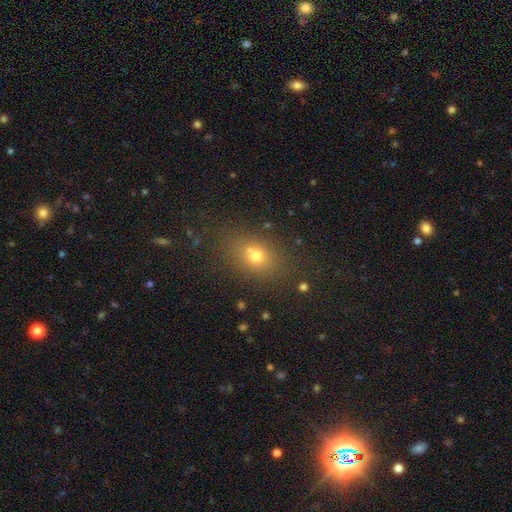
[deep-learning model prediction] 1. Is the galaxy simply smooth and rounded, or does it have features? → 67% smooth, 18% star or artifact, 15% featured or disk.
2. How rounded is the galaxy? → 63% in between, 34% round, 2% cigar-shaped.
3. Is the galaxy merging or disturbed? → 68% none, 13% merger, 13% minor disturbance, 6% major disturbance.